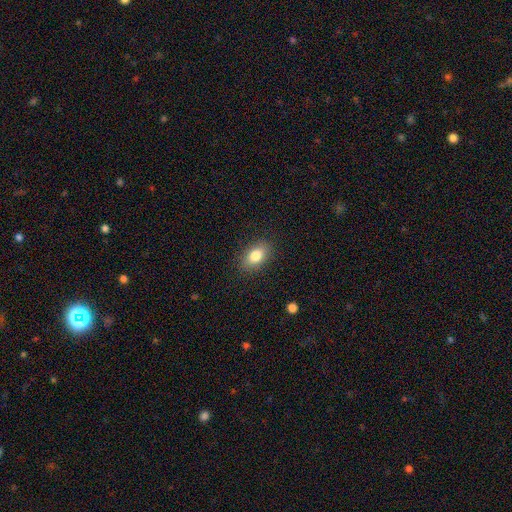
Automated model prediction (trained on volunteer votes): Morphology: type=smooth (81%); roundness=in between (85%); merging=none (87%).